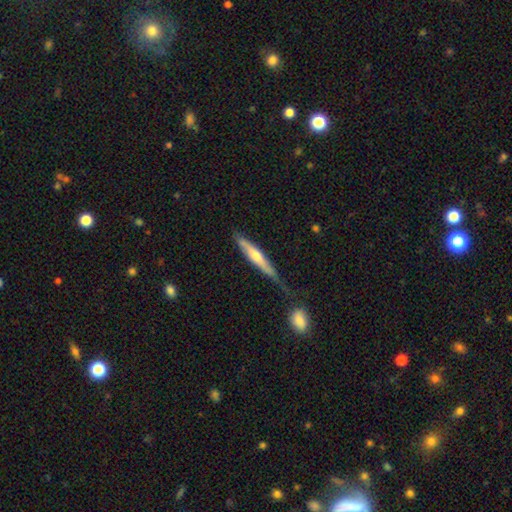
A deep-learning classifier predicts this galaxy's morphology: Smooth or featured? featured or disk (55%)
Edge-on disk? yes (91%)
Edge-on bulge? rounded (74%)
Merging? none (57%)